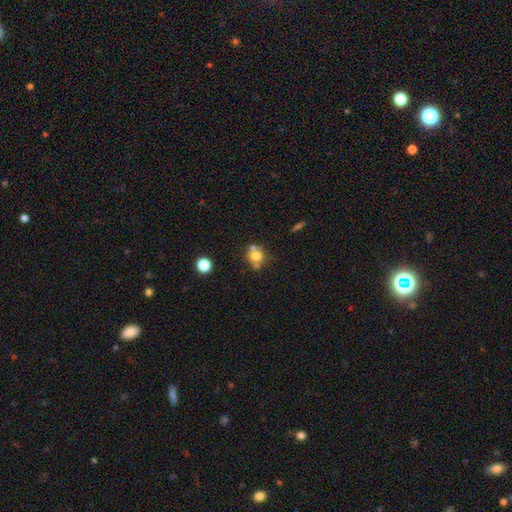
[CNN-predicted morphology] smooth-or-featured: smooth: 67% | featured or disk: 20% | star or artifact: 13%
  how-rounded: round: 77% | in between: 22% | cigar-shaped: 1%
  merging: none: 50% | merger: 33% | minor disturbance: 12% | major disturbance: 5%